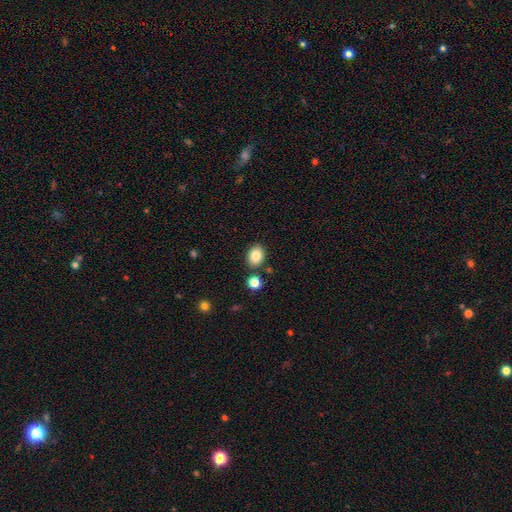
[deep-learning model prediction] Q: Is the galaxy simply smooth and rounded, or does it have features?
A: smooth — 84%.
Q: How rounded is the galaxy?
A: in between — 64%.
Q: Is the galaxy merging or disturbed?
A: none — 83%.